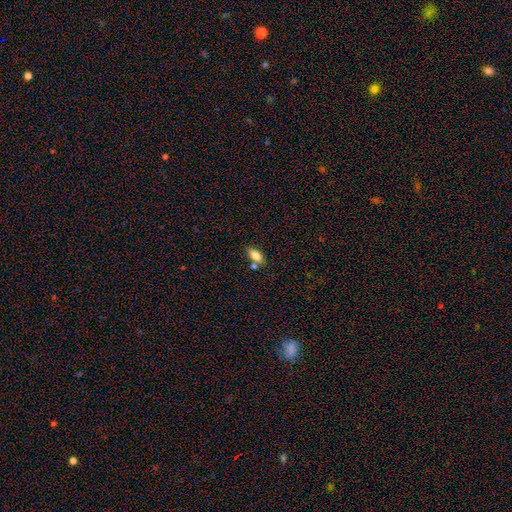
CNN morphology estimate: smooth_or_featured: smooth (p=0.81) [alt: featured or disk p=0.10]
how_rounded: in between (p=0.87) [alt: cigar-shaped p=0.09]
merging: none (p=0.68) [alt: merger p=0.16]